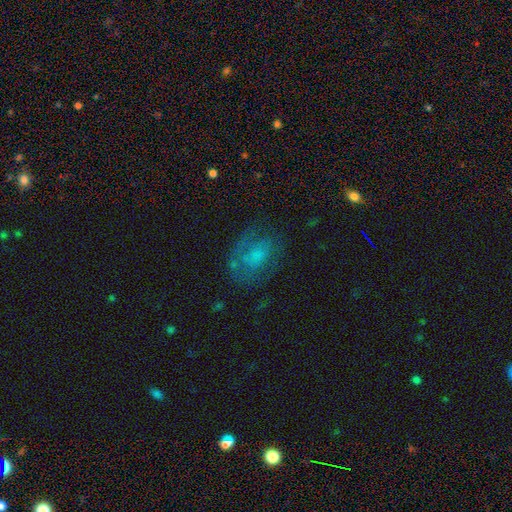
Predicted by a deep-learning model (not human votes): Smooth or featured?
  - featured or disk: 45% *
  - smooth: 42%
  - star or artifact: 14%
Merging?
  - none: 60% *
  - minor disturbance: 21%
  - major disturbance: 18%
  - merger: 2%